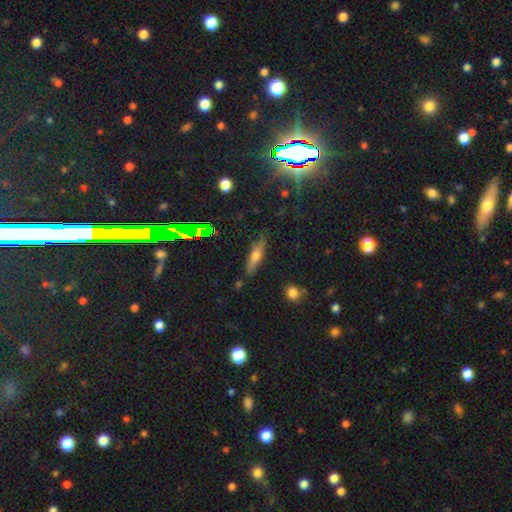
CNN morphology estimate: A smooth galaxy with no disk features (48%).

Vote fractions:
- Smooth or featured? smooth: 48% / featured or disk: 40% / star or artifact: 12%
- Merging? none: 83% / minor disturbance: 12% / major disturbance: 3% / merger: 2%